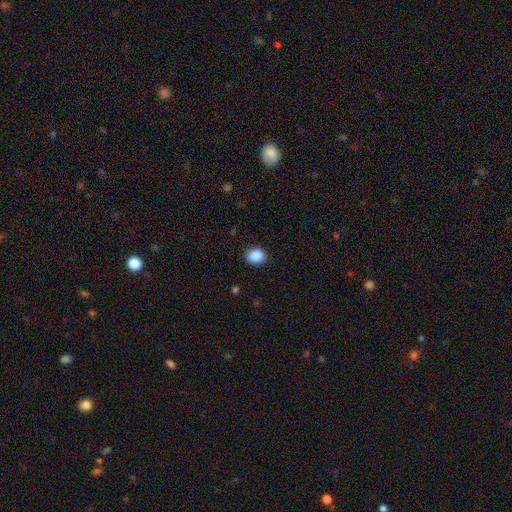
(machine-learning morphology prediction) Q: Smooth or featured?
A: smooth (89%); runner-up: star or artifact (9%)
Q: How rounded?
A: round (66%); runner-up: in between (33%)
Q: Merging?
A: none (89%); runner-up: minor disturbance (8%)